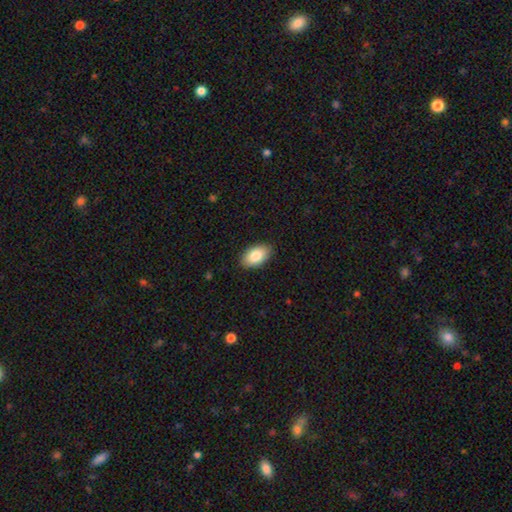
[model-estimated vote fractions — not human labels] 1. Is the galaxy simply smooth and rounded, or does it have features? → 86% smooth, 8% featured or disk, 6% star or artifact.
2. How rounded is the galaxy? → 94% in between, 5% round, 1% cigar-shaped.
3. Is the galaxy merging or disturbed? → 88% none, 10% minor disturbance, 2% major disturbance, 1% merger.